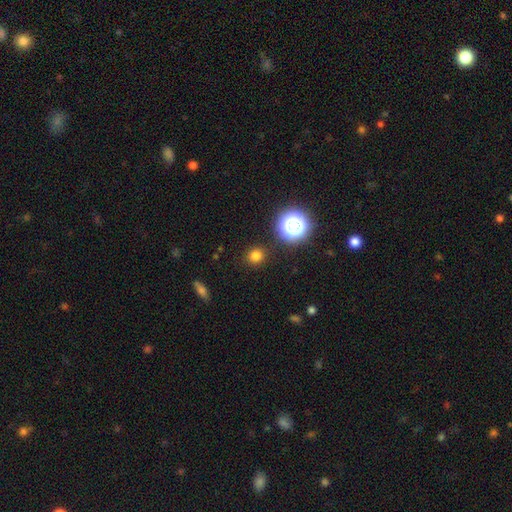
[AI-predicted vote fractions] Smooth or featured?
  - smooth: 77% *
  - star or artifact: 18%
  - featured or disk: 5%
How rounded?
  - round: 89% *
  - in between: 10%
  - cigar-shaped: 1%
Merging?
  - none: 90% *
  - minor disturbance: 6%
  - major disturbance: 2%
  - merger: 2%